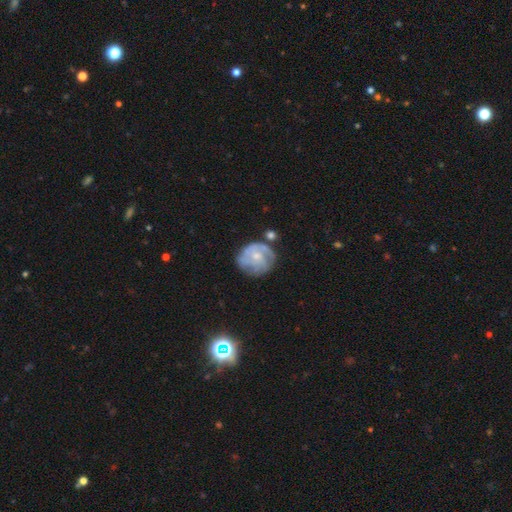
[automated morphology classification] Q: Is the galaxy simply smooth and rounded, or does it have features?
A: featured or disk — 69%.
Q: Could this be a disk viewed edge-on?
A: no — 98%.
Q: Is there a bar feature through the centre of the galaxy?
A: no — 77%.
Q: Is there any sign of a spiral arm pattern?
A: yes — 83%.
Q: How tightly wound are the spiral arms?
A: tight — 55%.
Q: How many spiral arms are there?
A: can't tell — 38%.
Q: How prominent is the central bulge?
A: small — 62%.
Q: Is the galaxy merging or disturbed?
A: none — 59%.